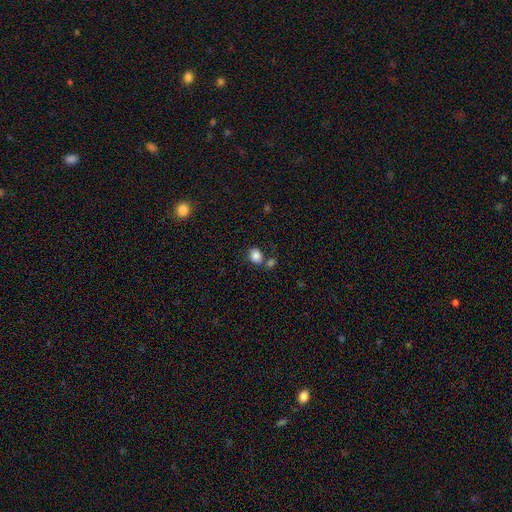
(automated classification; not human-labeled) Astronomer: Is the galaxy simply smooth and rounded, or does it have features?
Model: smooth — 86%.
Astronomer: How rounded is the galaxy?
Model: round — 56% (runner-up: in between, 43%).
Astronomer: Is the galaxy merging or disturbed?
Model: none — 65%.